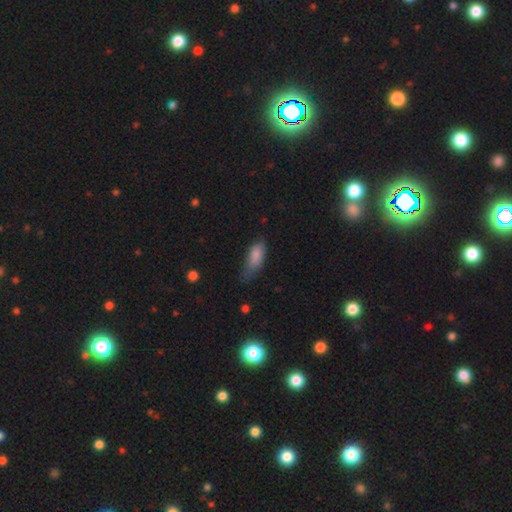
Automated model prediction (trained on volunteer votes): smooth_or_featured: smooth (p=0.81) [alt: featured or disk p=0.11]
how_rounded: in between (p=0.80) [alt: cigar-shaped p=0.18]
merging: minor disturbance (p=0.42) [alt: none p=0.35]